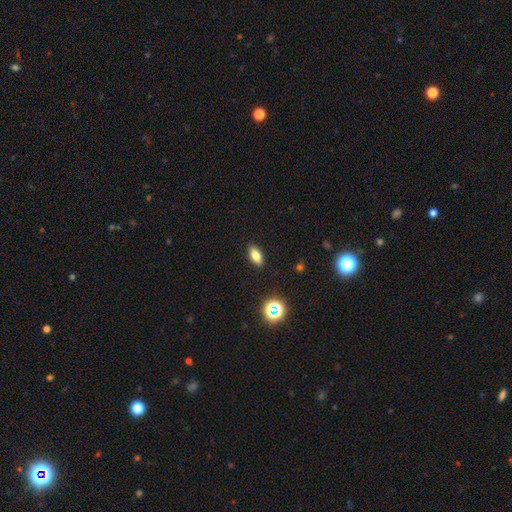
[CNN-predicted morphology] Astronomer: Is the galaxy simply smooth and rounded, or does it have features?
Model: smooth — 72%.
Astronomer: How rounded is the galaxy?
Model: in between — 80%.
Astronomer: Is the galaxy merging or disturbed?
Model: none — 89%.